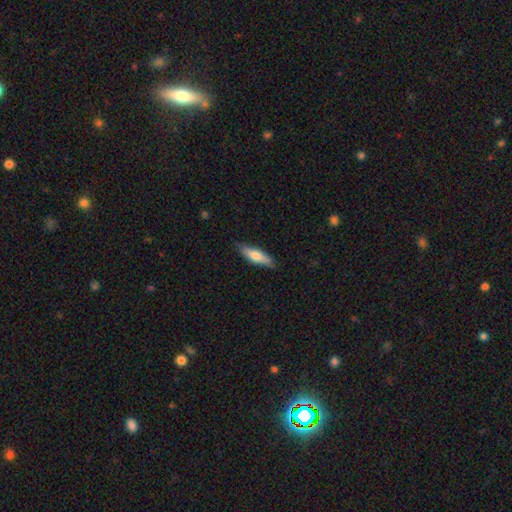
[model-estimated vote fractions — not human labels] Q: Smooth or featured?
A: smooth (66%); runner-up: featured or disk (28%)
Q: How rounded?
A: cigar-shaped (57%); runner-up: in between (41%)
Q: Merging?
A: none (81%); runner-up: minor disturbance (15%)